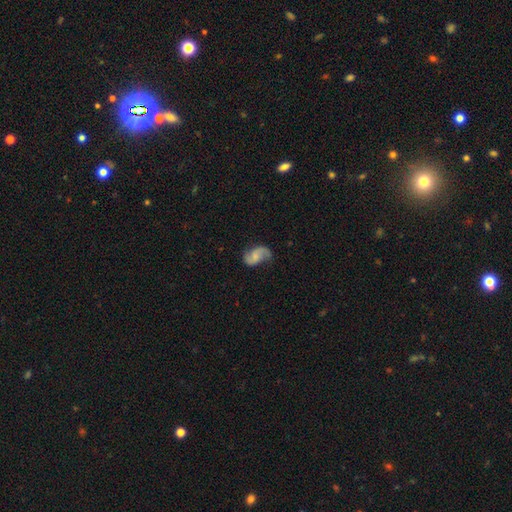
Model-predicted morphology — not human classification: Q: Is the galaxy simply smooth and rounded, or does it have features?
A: featured or disk — 70%.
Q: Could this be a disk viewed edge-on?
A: no — 98%.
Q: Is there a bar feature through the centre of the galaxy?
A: no — 57%.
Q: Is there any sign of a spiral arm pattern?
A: yes — 94%.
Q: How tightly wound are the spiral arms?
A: loose — 58%.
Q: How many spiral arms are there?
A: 2 — 86%.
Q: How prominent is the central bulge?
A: small — 44%.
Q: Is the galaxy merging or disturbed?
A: none — 64%.